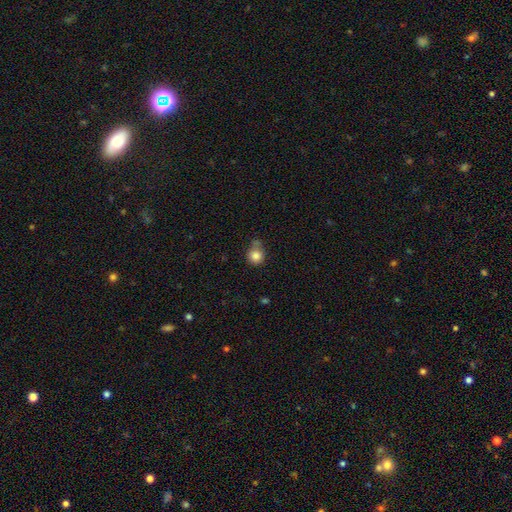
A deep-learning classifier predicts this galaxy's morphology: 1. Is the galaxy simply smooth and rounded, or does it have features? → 84% smooth, 10% star or artifact, 6% featured or disk.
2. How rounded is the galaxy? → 91% round, 8% in between, 1% cigar-shaped.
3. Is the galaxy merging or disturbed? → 63% none, 17% merger, 16% minor disturbance, 5% major disturbance.